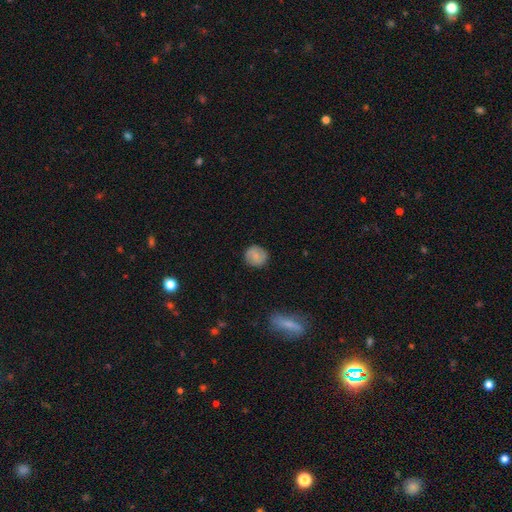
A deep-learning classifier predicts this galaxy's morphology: Smooth or featured: smooth — 68% (featured or disk — 24%)
How rounded: round — 88% (in between — 11%)
Merging: none — 87% (minor disturbance — 9%)